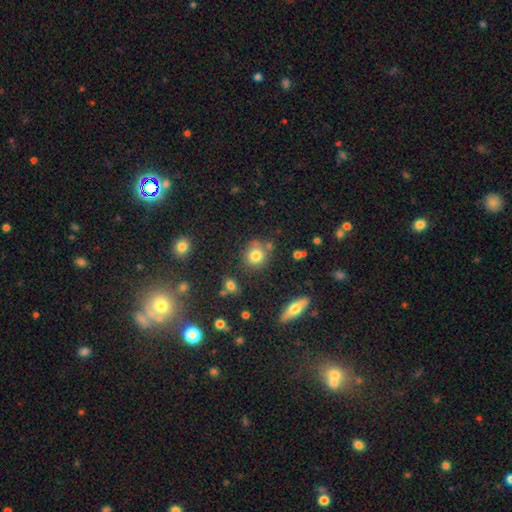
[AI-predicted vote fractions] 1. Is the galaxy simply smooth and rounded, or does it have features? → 77% smooth, 13% star or artifact, 10% featured or disk.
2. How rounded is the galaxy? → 84% round, 15% in between, 1% cigar-shaped.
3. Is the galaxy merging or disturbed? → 73% none, 13% minor disturbance, 9% merger, 4% major disturbance.